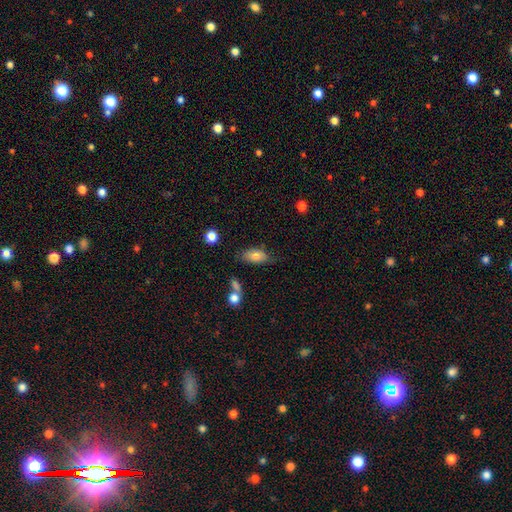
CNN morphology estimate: This appears to be a smooth galaxy with no disk features (80%) that is in between round and cigar-shaped (90%). Merging: none (65%).